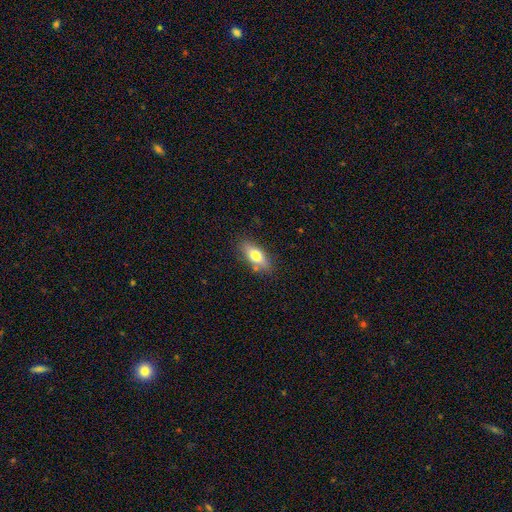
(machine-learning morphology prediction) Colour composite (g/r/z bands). It shows a smooth galaxy with no disk features (72%) that is in between round and cigar-shaped (79%). Merging: none (81%).